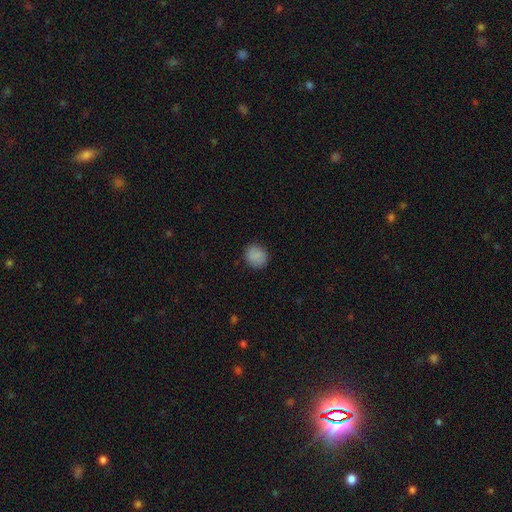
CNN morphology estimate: The model was most divided on "how rounded": round: 82%, in between: 17%, cigar-shaped: 1%. More confident: merging — none (88%); smooth or featured — smooth (86%).